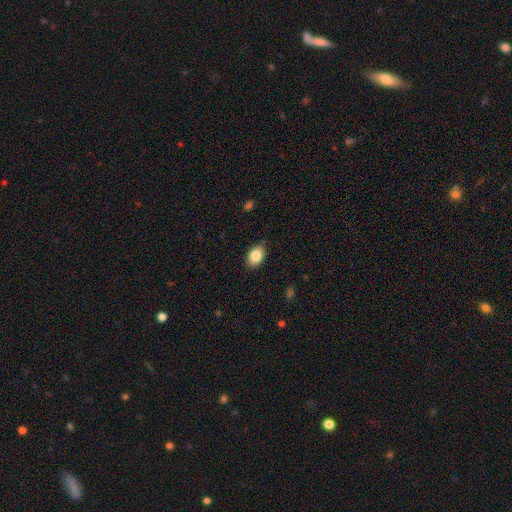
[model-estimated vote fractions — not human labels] A smooth galaxy with no disk features (84%) that is in between round and cigar-shaped (84%). Merging: none (85%).